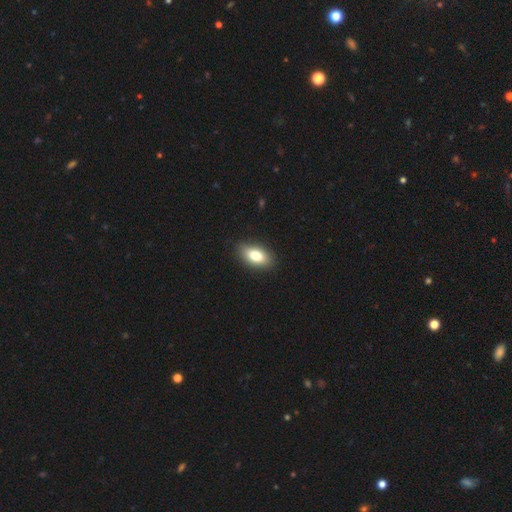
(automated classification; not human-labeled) smooth_or_featured: smooth (p=0.81) [alt: featured or disk p=0.12]
how_rounded: in between (p=0.90) [alt: cigar-shaped p=0.05]
merging: none (p=0.87) [alt: minor disturbance p=0.10]